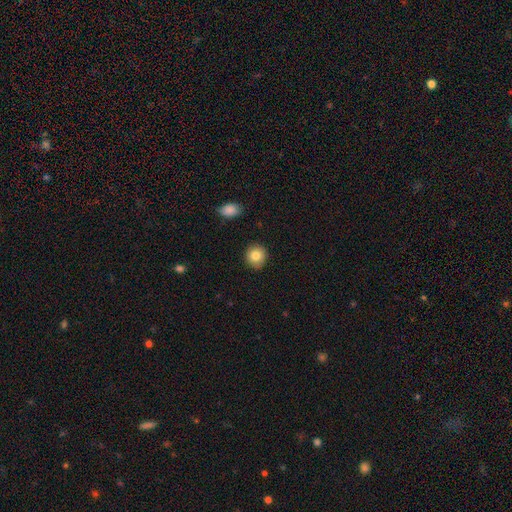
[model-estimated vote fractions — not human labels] Q: Smooth or featured?
A: smooth (83%); runner-up: star or artifact (9%)
Q: How rounded?
A: round (88%); runner-up: in between (11%)
Q: Merging?
A: none (89%); runner-up: minor disturbance (7%)